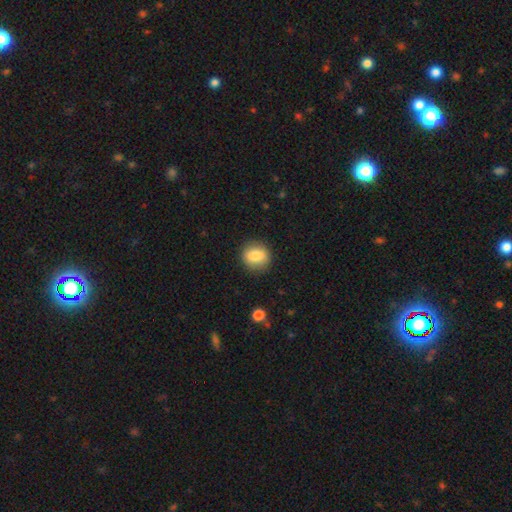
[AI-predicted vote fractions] This appears to be a smooth galaxy with no disk features (82%) that is round (81%). Merging: none (88%).